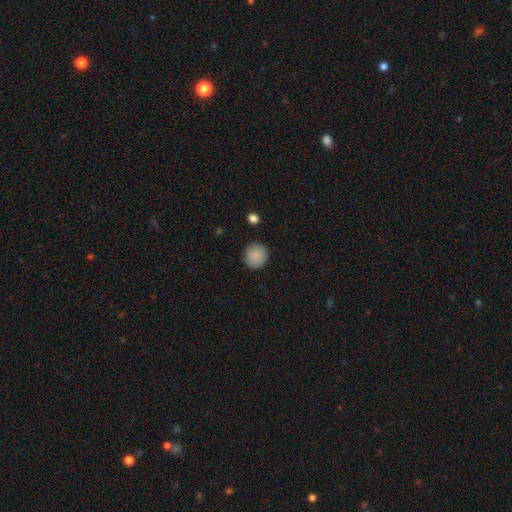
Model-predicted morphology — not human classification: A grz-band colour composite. It shows a smooth galaxy with no disk features (87%) that is round (90%). Merging: none (89%).